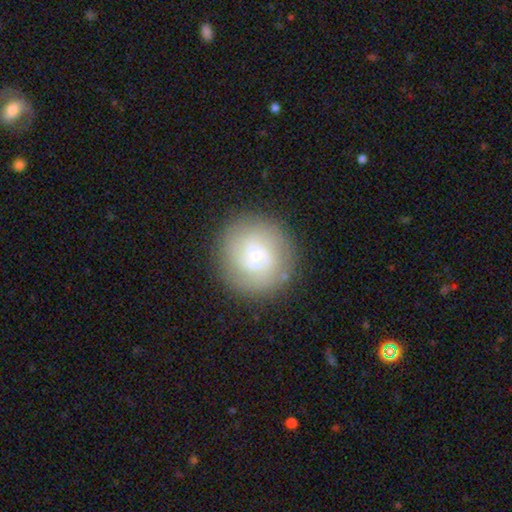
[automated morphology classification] Smooth or featured?
  - featured or disk: 53% *
  - smooth: 39%
  - star or artifact: 8%
Edge-on disk?
  - no: 97% *
  - yes: 3%
Bar?
  - no: 68% *
  - weak: 26%
  - strong: 5%
Spiral arms?
  - yes: 70% *
  - no: 30%
Bulge size?
  - small: 75% *
  - moderate: 18%
  - large: 3%
  - none: 2%
  - dominant: 2%
Merging?
  - none: 82% *
  - minor disturbance: 11%
  - major disturbance: 5%
  - merger: 3%